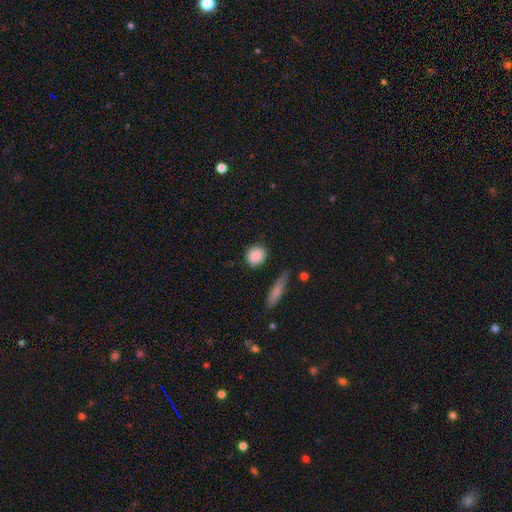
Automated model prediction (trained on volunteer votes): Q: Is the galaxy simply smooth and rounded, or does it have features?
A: smooth — 88%.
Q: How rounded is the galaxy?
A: round — 67%.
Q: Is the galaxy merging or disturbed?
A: none — 82%.